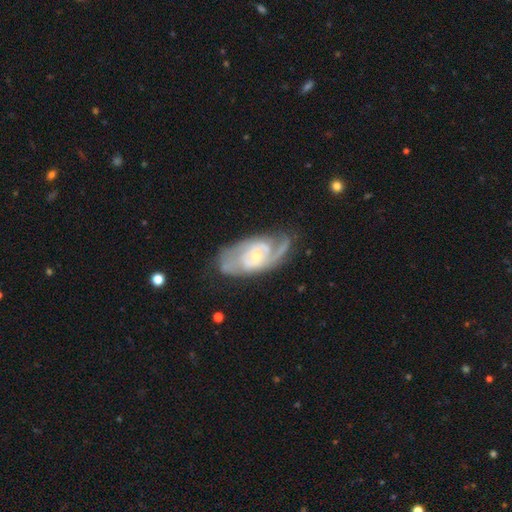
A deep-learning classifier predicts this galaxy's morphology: This is clearly a featured or disk galaxy (85%). It is clearly not viewed edge-on (94%). Bar: likely no (64%). Spiral arm pattern: clearly yes (93%). Spiral arm count: possibly 2 (56%). Spiral winding: possibly tight (51%). Central bulge: likely small (62%). Merging: likely none (66%).